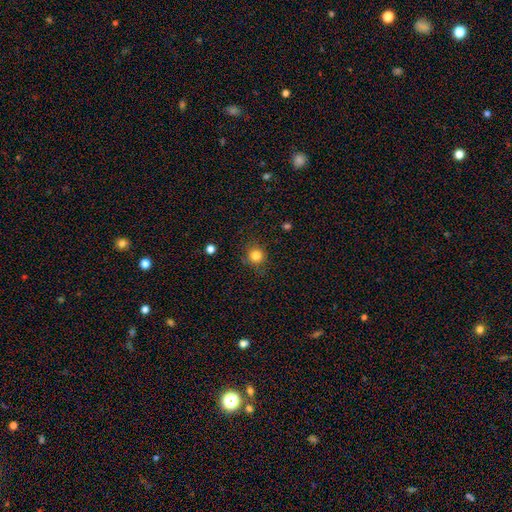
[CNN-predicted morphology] type=smooth (83%); roundness=round (90%); merging=none (83%).